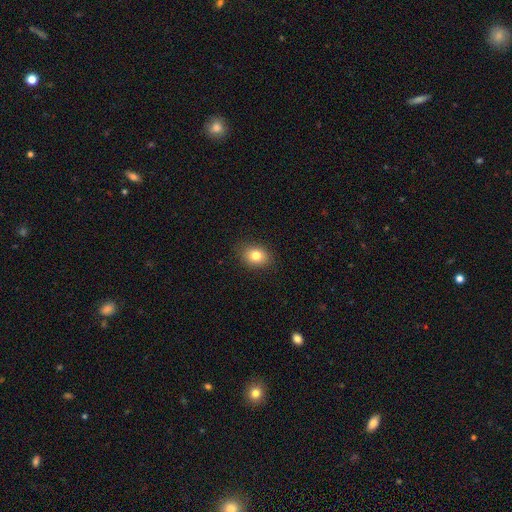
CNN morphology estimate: Smooth or featured? Predicted: smooth (p=0.81). How rounded? Predicted: in between (p=0.60). Merging? Predicted: none (p=0.87).